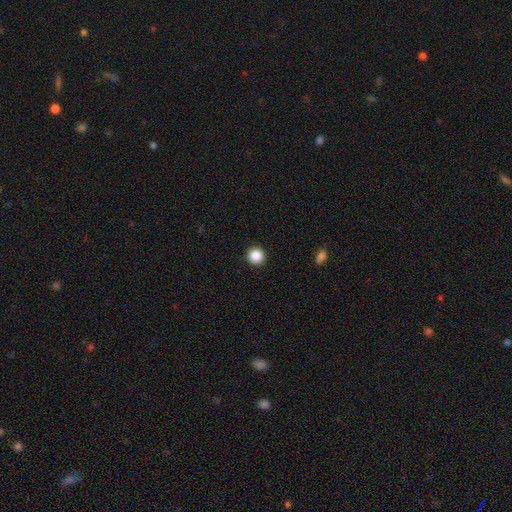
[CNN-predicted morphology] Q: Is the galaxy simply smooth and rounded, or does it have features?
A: smooth — 87%.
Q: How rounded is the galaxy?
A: round — 96%.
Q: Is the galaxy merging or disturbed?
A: none — 93%.